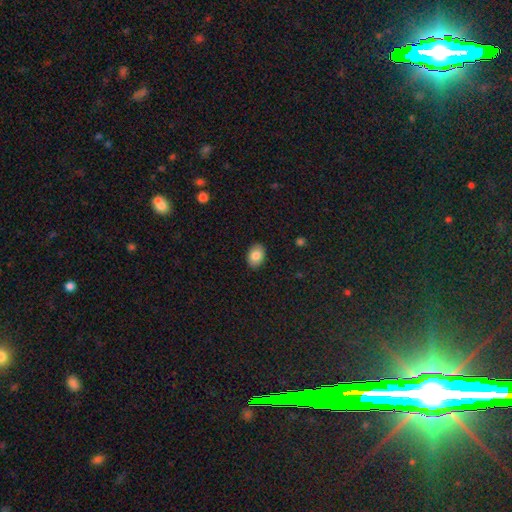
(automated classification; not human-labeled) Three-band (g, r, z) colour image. It shows a smooth galaxy with no disk features (82%) that is in between round and cigar-shaped (75%). Merging: none (89%).